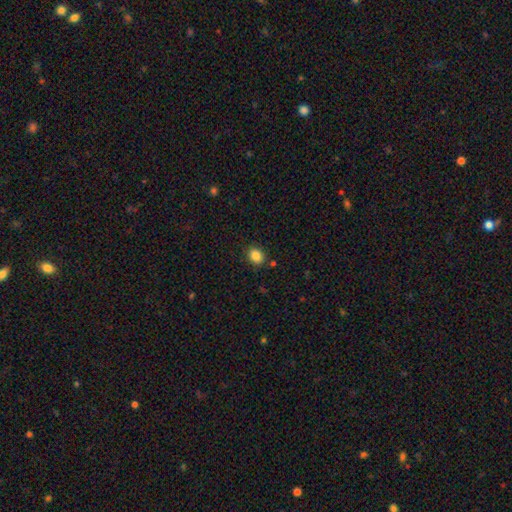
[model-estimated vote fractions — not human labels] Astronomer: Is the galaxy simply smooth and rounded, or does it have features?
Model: smooth — 86%.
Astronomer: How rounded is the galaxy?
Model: round — 56% (runner-up: in between, 43%).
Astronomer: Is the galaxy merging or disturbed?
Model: none — 85%.